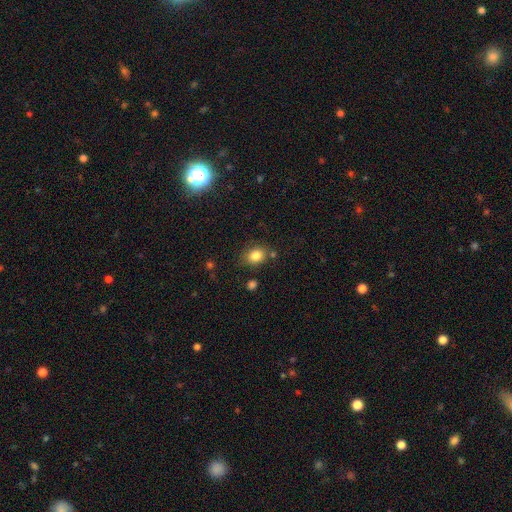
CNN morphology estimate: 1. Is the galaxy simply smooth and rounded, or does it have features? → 83% smooth, 11% star or artifact, 7% featured or disk.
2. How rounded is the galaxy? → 50% round, 49% in between, 1% cigar-shaped.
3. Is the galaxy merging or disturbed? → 75% none, 15% minor disturbance, 6% merger, 4% major disturbance.